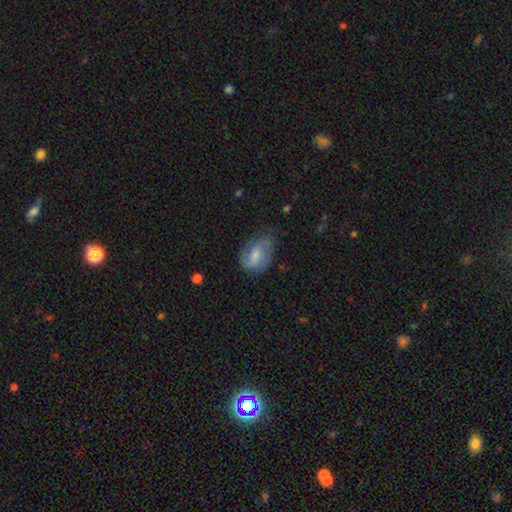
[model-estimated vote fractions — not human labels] Morphology: type=featured or disk (53%); edge-on=no (96%); bar=weak (46%); spiral arms=yes (83%); bulge=small (40%, tied with moderate); merging=none (58%).